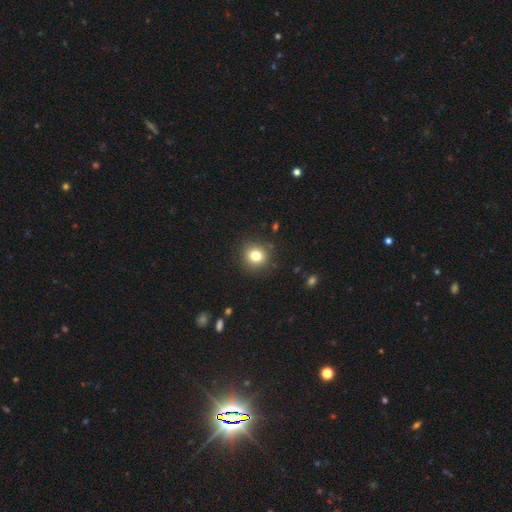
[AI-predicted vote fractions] Smooth or featured? smooth (80%)
How rounded? round (89%)
Merging? none (89%)